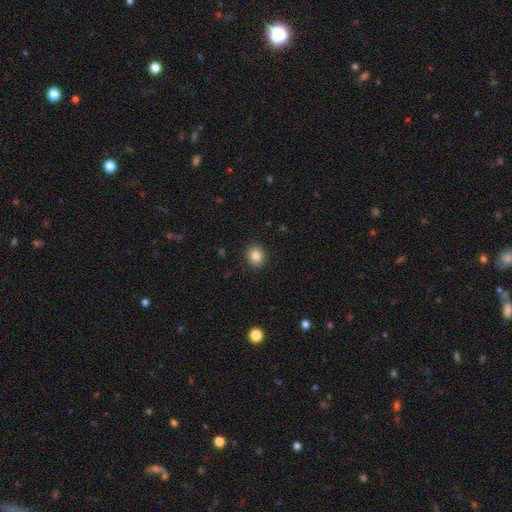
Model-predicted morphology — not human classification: smooth_or_featured: smooth (p=0.84) [alt: star or artifact p=0.10]
how_rounded: round (p=0.81) [alt: in between p=0.18]
merging: none (p=0.92) [alt: minor disturbance p=0.05]